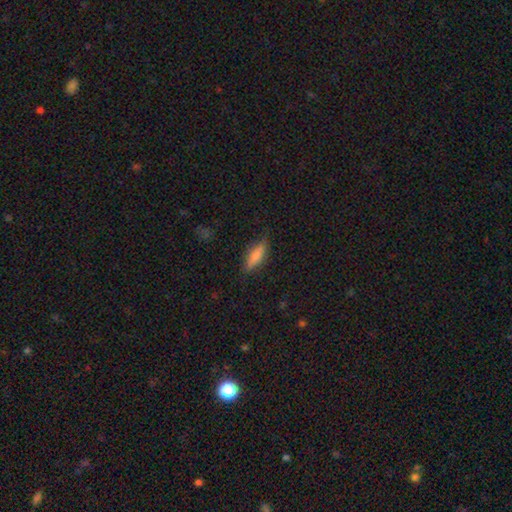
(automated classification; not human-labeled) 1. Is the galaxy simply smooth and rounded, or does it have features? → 74% smooth, 19% featured or disk, 7% star or artifact.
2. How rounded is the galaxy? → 51% cigar-shaped, 46% in between, 2% round.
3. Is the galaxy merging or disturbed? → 79% none, 16% minor disturbance, 4% major disturbance, 1% merger.